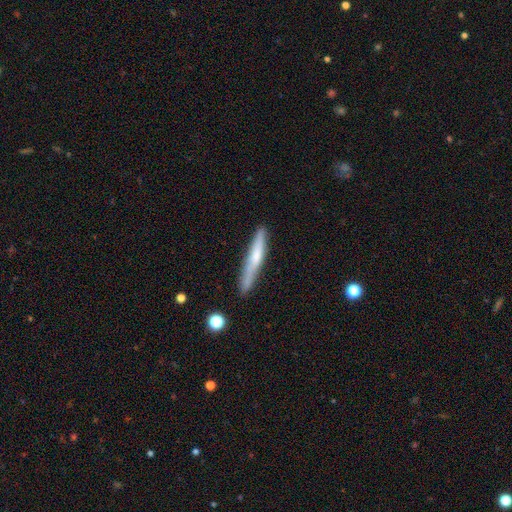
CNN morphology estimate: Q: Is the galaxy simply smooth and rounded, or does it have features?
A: smooth — 54%.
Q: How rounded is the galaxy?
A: cigar-shaped — 94%.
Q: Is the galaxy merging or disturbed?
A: none — 78%.